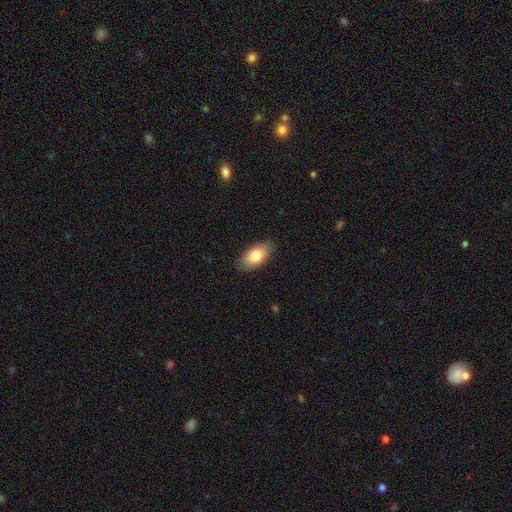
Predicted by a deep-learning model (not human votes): smooth_or_featured: smooth (p=0.78) [alt: featured or disk p=0.15]
how_rounded: in between (p=0.92) [alt: cigar-shaped p=0.04]
merging: none (p=0.86) [alt: minor disturbance p=0.11]